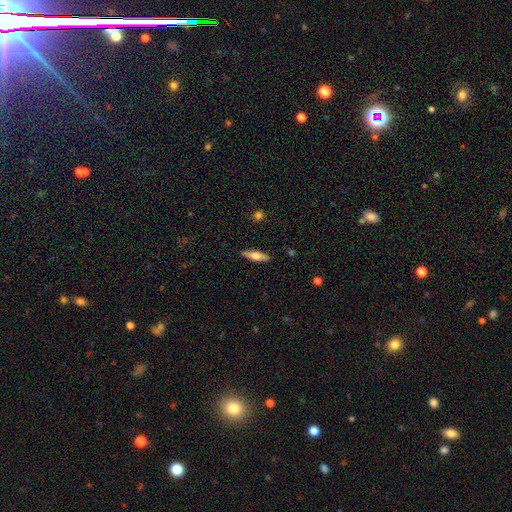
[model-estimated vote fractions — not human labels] Smooth or featured? smooth (59%)
How rounded? cigar-shaped (63%)
Merging? none (88%)